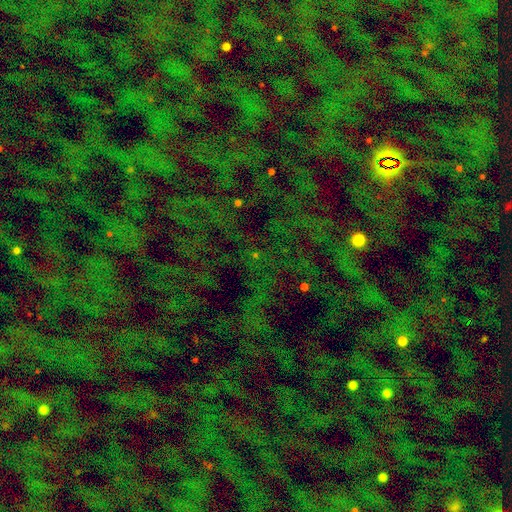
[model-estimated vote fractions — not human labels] Smooth or featured? star or artifact (72%)